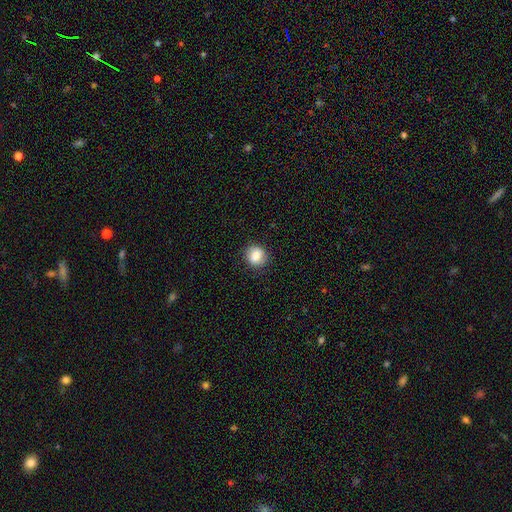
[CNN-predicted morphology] Smooth or featured?
  - smooth: 81% *
  - featured or disk: 10%
  - star or artifact: 9%
How rounded?
  - round: 79% *
  - in between: 20%
  - cigar-shaped: 1%
Merging?
  - none: 86% *
  - minor disturbance: 10%
  - major disturbance: 3%
  - merger: 1%